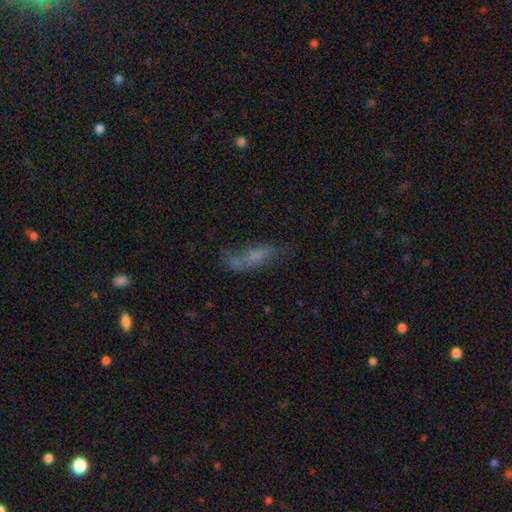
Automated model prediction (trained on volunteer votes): This appears to be a smooth galaxy with no disk features (59%) that is in between round and cigar-shaped (54%). Merging: none (34%).